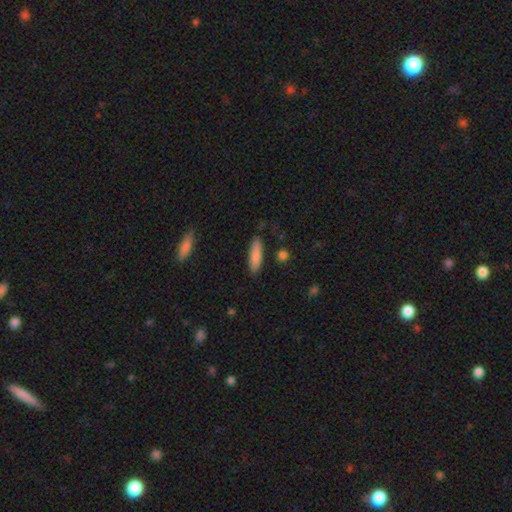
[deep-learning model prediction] Smooth or featured?
  - smooth: 85% *
  - featured or disk: 9%
  - star or artifact: 6%
How rounded?
  - cigar-shaped: 65% *
  - in between: 34%
  - round: 2%
Merging?
  - none: 85% *
  - minor disturbance: 11%
  - merger: 2%
  - major disturbance: 2%